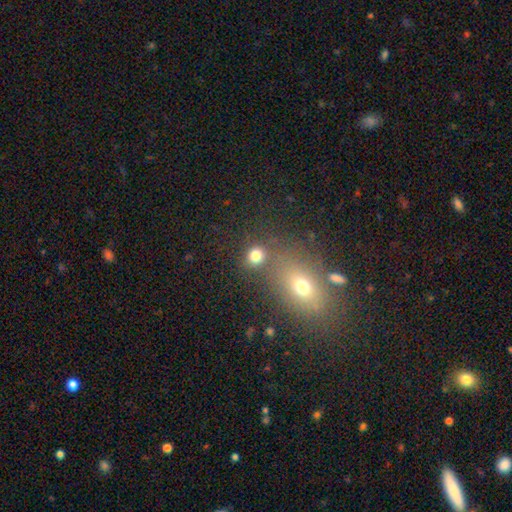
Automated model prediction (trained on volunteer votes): The model was most divided on "merging": none: 69%, merger: 18%, minor disturbance: 9%, major disturbance: 5%. More confident: smooth or featured — smooth (78%); how rounded — round (75%).